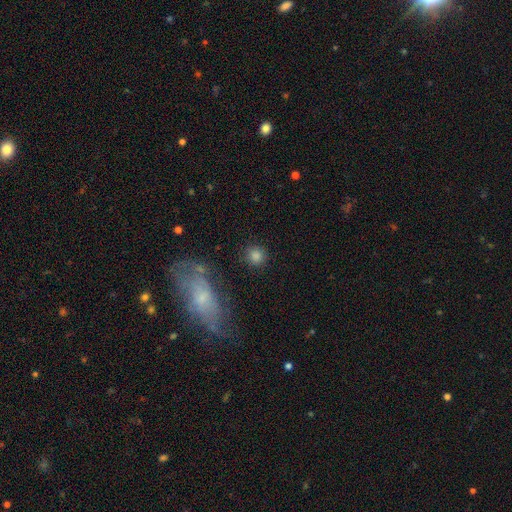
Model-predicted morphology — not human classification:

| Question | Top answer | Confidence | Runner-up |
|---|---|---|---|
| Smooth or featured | smooth | 82% | star or artifact (11%) |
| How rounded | round | 91% | in between (8%) |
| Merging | none | 85% | minor disturbance (8%) |